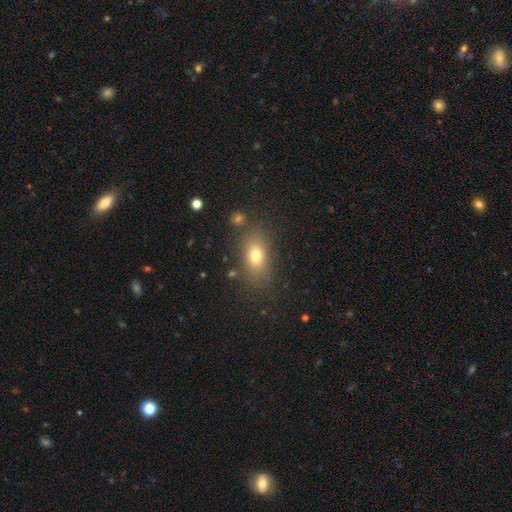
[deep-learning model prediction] The model was most divided on "smooth or featured": smooth: 73%, featured or disk: 14%, star or artifact: 13%. More confident: how rounded — in between (81%); merging — none (79%).